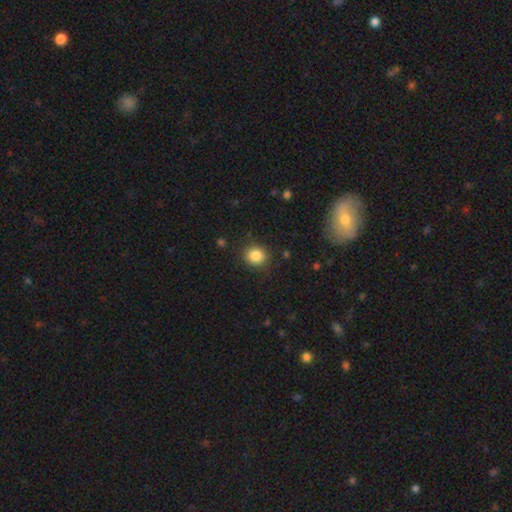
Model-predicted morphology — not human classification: type=smooth (84%); roundness=round (84%); merging=none (87%).